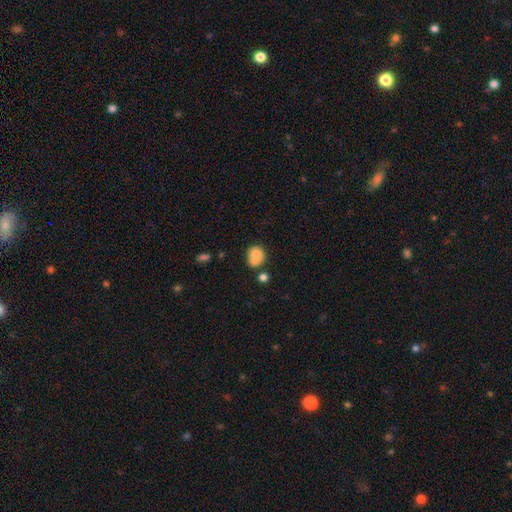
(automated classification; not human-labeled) Overall: smooth (73%). How rounded: round (68%; in between 31%). Merging: none (40%; merger 38%).